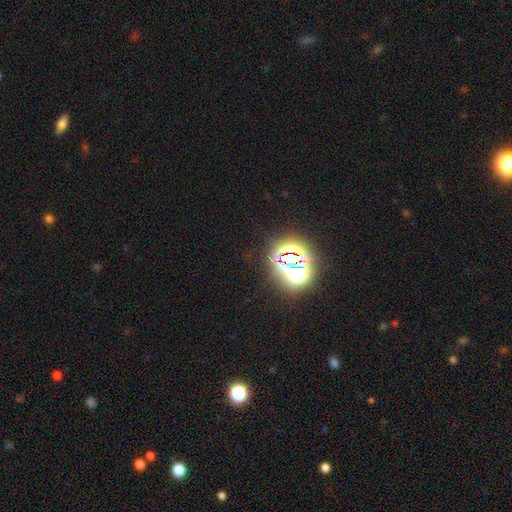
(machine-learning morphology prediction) The model was most divided on "smooth or featured": star or artifact: 77%, smooth: 15%, featured or disk: 8%.